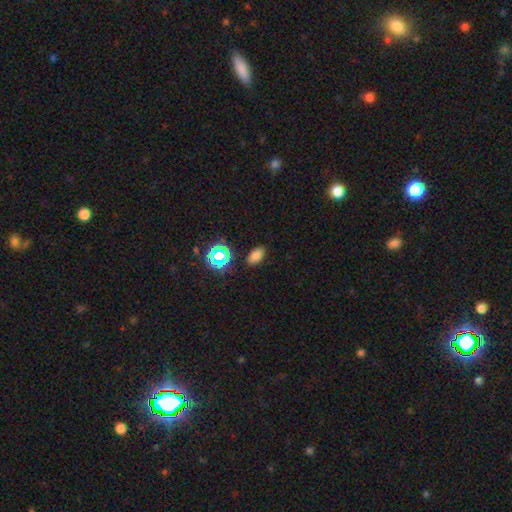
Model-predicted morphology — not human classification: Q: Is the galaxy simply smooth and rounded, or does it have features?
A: smooth — 75%.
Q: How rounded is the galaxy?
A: in between — 89%.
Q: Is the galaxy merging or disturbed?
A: none — 86%.